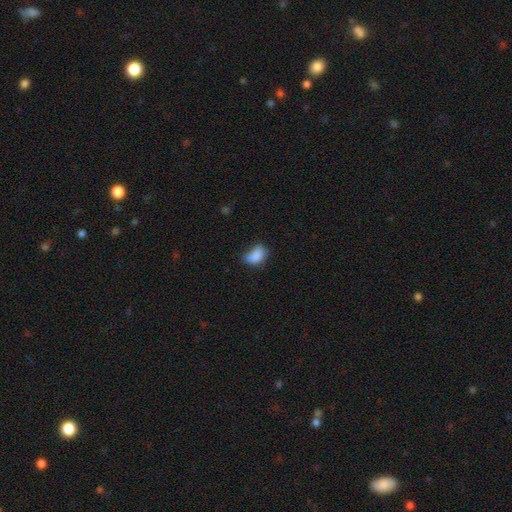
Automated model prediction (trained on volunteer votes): smooth 84%, star or artifact 10%, featured or disk 7%. Down the decision tree: how rounded — in between (83%); merging — none (42%).